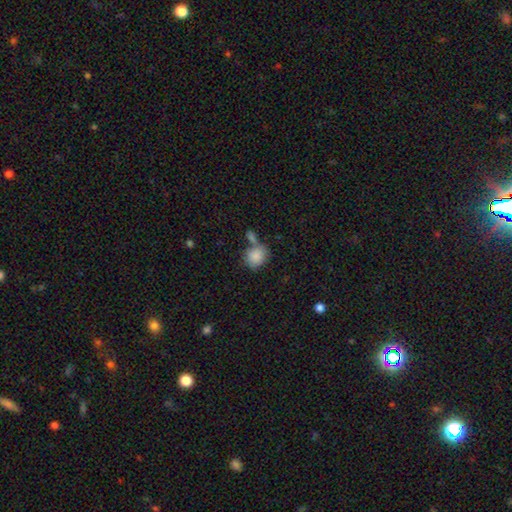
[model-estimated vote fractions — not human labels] Smooth or featured?
  - smooth: 86% *
  - star or artifact: 8%
  - featured or disk: 6%
How rounded?
  - round: 59% *
  - in between: 40%
  - cigar-shaped: 1%
Merging?
  - none: 50% *
  - merger: 30%
  - minor disturbance: 14%
  - major disturbance: 6%